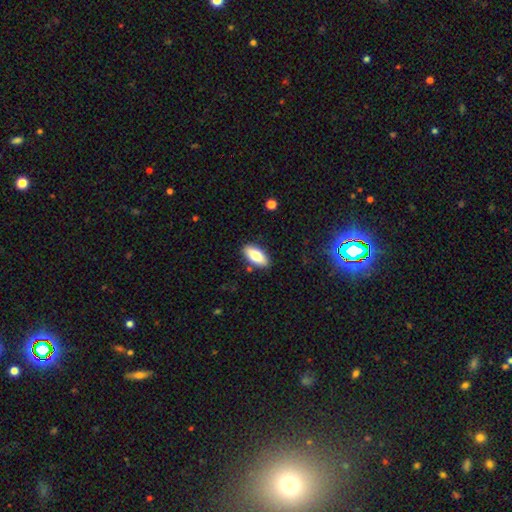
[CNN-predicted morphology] Overall: smooth (76%). How rounded: in between (87%). Merging: none (87%).